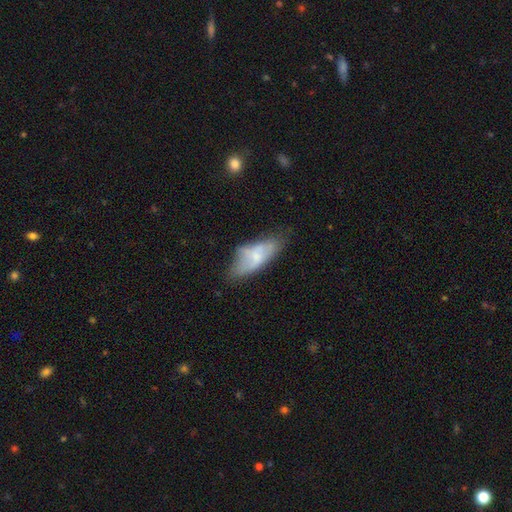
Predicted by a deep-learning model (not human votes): smooth-or-featured: smooth: 61% | featured or disk: 32% | star or artifact: 8%
  how-rounded: in between: 77% | cigar-shaped: 20% | round: 2%
  merging: none: 45% | minor disturbance: 33% | major disturbance: 15% | merger: 6%